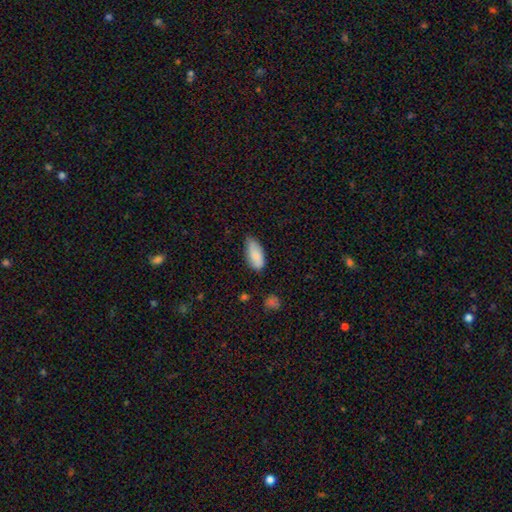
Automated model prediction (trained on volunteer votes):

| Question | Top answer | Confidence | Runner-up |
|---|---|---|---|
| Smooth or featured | smooth | 82% | featured or disk (12%) |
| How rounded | in between | 89% | cigar-shaped (9%) |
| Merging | none | 70% | minor disturbance (25%) |